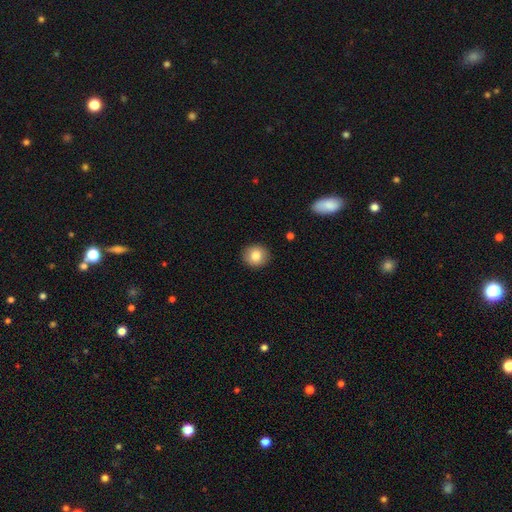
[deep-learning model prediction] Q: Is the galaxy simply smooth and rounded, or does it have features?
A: smooth — 82%.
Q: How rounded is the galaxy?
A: round — 85%.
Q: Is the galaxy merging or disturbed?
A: none — 91%.